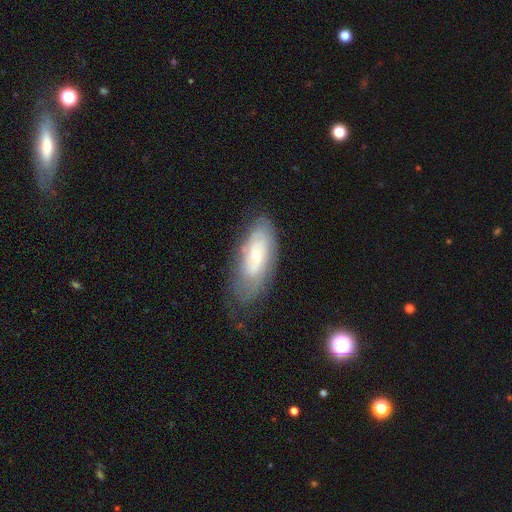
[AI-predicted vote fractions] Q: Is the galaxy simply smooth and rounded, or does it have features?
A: featured or disk — 56%.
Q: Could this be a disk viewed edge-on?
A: no — 87%.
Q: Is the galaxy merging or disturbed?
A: none — 61%.